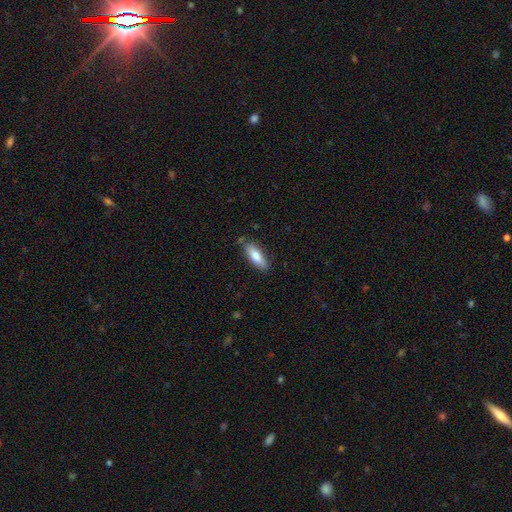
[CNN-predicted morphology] Q: Smooth or featured?
A: smooth (76%); runner-up: featured or disk (18%)
Q: How rounded?
A: in between (57%); runner-up: cigar-shaped (42%)
Q: Merging?
A: none (79%); runner-up: minor disturbance (16%)